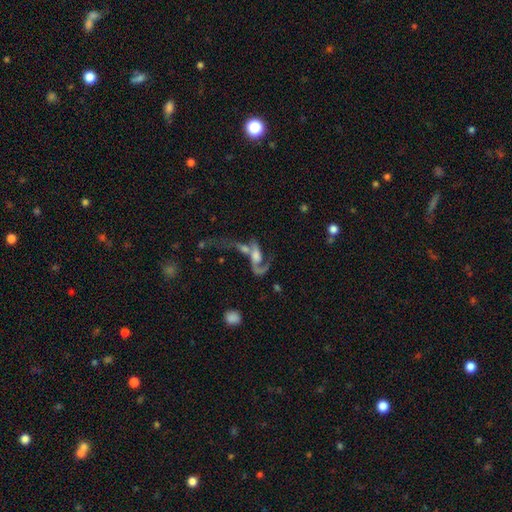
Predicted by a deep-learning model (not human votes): featured or disk 70%, smooth 21%, star or artifact 9%. Down the decision tree: edge-on disk — no (93%); bar — no (58%); spiral arms — yes (84%); spiral arm count — 2 (57%); spiral winding — loose (70%); bulge size — moderate (35%); merging — merger (56%).